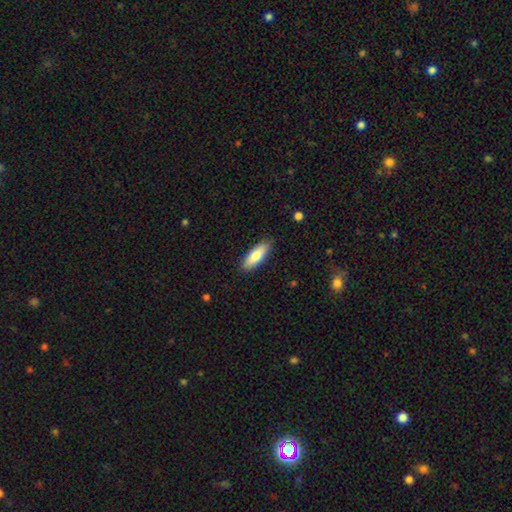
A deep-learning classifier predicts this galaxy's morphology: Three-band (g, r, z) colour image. It shows a smooth galaxy with no disk features (78%) that is in between round and cigar-shaped (59%). Merging: none (88%).